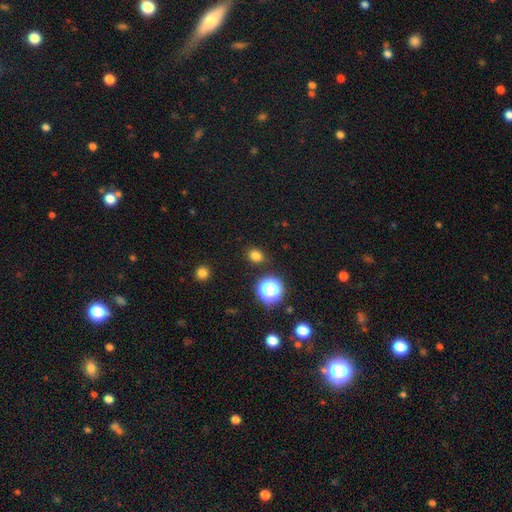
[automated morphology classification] Overall: smooth (78%). How rounded: round (63%; in between 35%). Merging: none (87%).